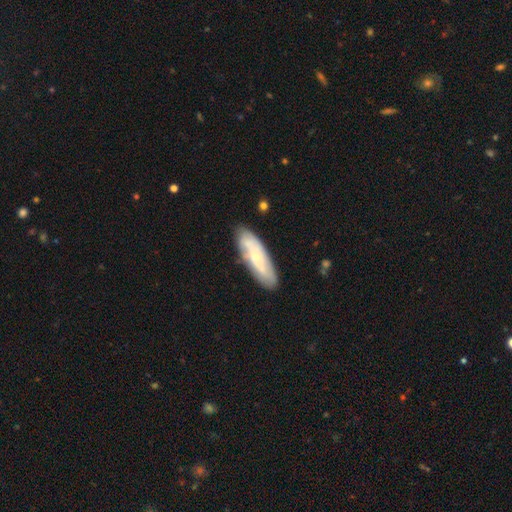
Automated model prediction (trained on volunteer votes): Morphology: type=smooth (49%); merging=none (82%).